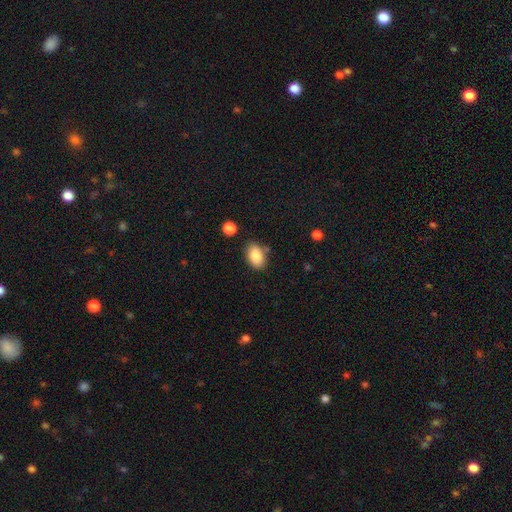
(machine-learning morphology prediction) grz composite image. It shows a smooth galaxy with no disk features (87%) that is in between round and cigar-shaped (89%). Merging: none (77%).